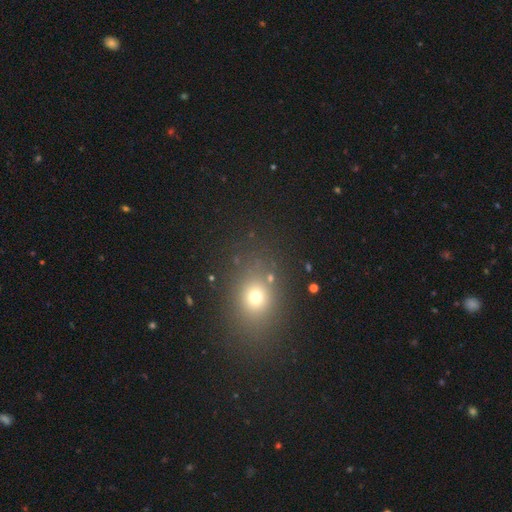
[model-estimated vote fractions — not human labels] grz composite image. It shows a smooth galaxy with no disk features (61%) that is in between round and cigar-shaped (56%). Merging: none (87%).